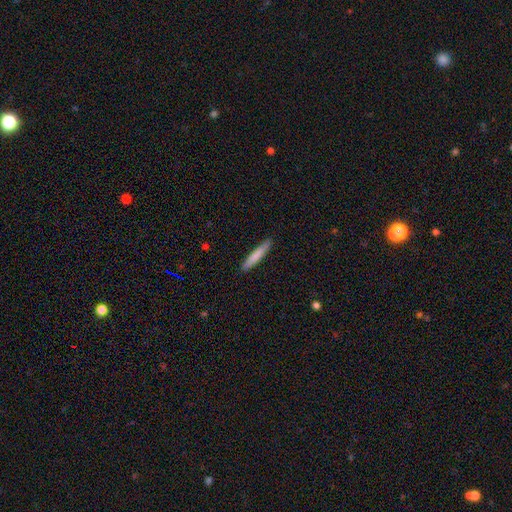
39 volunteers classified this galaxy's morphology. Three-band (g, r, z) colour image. It shows a smooth galaxy with no disk features (77%) that is cigar-shaped (97%). Merging: none (78%).